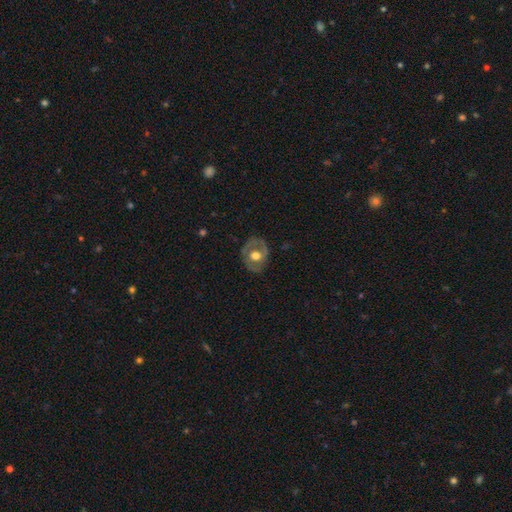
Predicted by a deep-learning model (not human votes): featured or disk 59%, smooth 35%, star or artifact 6%. Down the decision tree: edge-on disk — no (95%); bar — no (71%); spiral arms — no (61%); bulge size — moderate (60%); merging — none (74%).